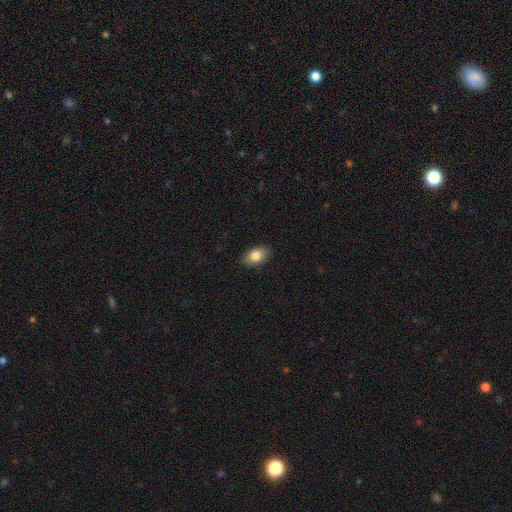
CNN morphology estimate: Smooth or featured? smooth (83%)
How rounded? in between (89%)
Merging? none (87%)